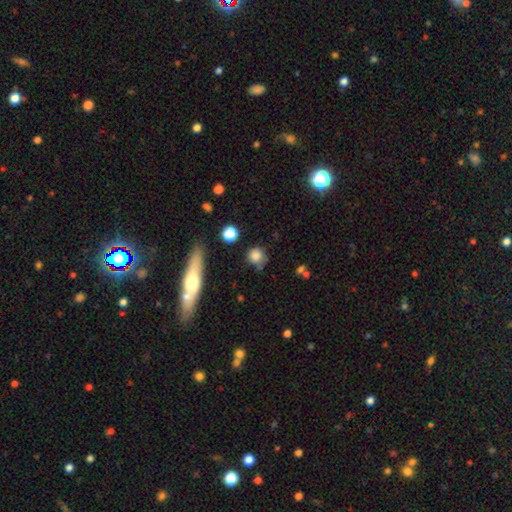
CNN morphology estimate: Smooth or featured: smooth — 82% (star or artifact — 10%)
How rounded: round — 86% (in between — 11%)
Merging: none — 70% (minor disturbance — 19%)